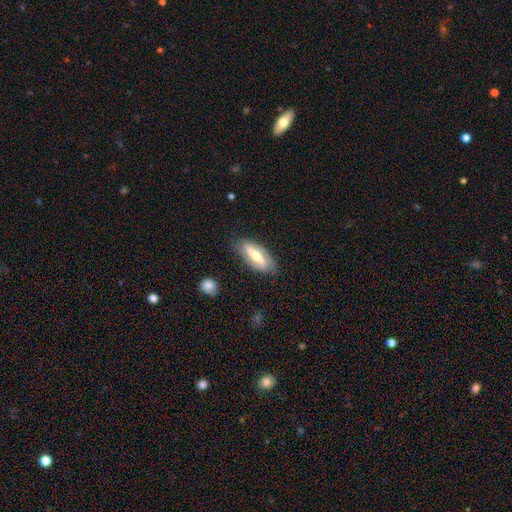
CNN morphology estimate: Smooth or featured? featured or disk (64%)
Edge-on disk? no (78%)
Merging? none (81%)